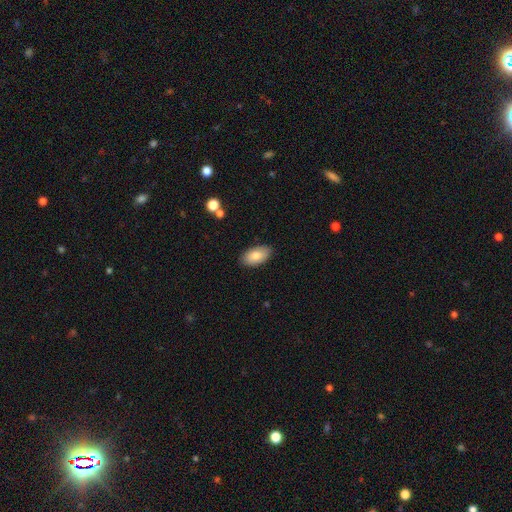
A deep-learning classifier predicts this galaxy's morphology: Smooth or featured: smooth — 81% (featured or disk — 12%)
How rounded: in between — 95% (round — 3%)
Merging: none — 88% (minor disturbance — 9%)